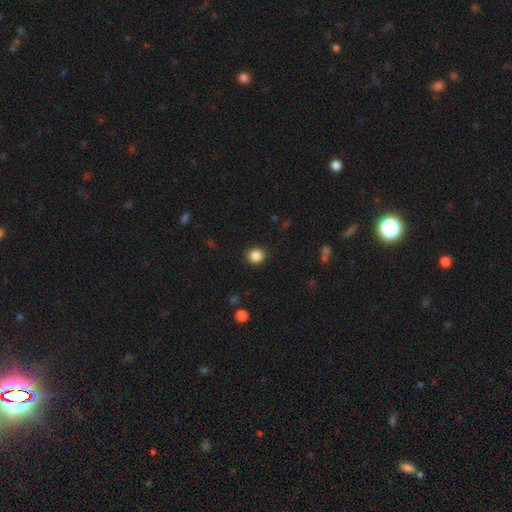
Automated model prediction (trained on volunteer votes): This appears to be a smooth galaxy with no disk features (86%) that is round (89%). Merging: none (91%).